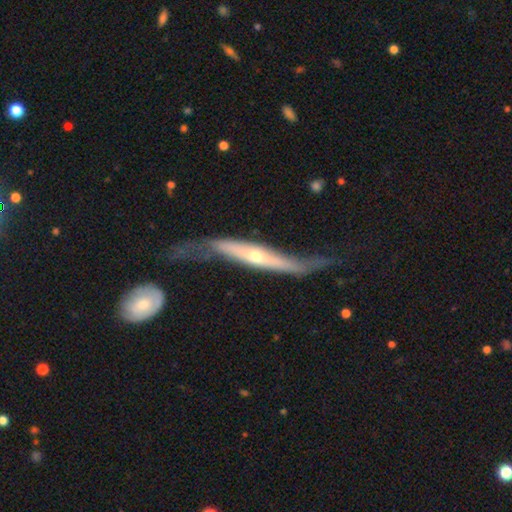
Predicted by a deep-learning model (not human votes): This is likely a featured or disk galaxy (77%). It is likely viewed edge-on (65%). Edge-on bulge: clearly rounded (83%). Merging: marginally none (41%).